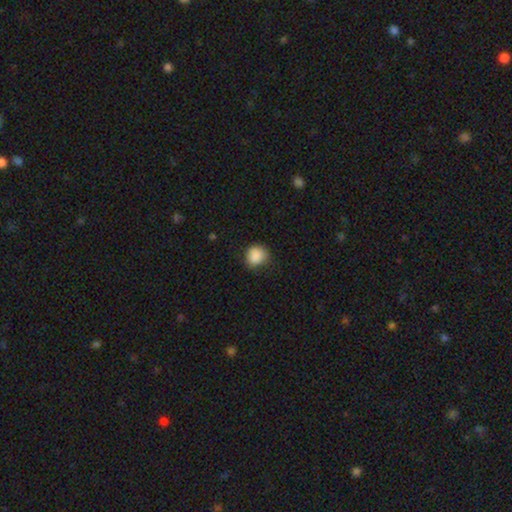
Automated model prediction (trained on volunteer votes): smooth_or_featured: smooth (p=0.88) [alt: star or artifact p=0.09]
how_rounded: round (p=0.79) [alt: in between p=0.20]
merging: none (p=0.70) [alt: minor disturbance p=0.24]